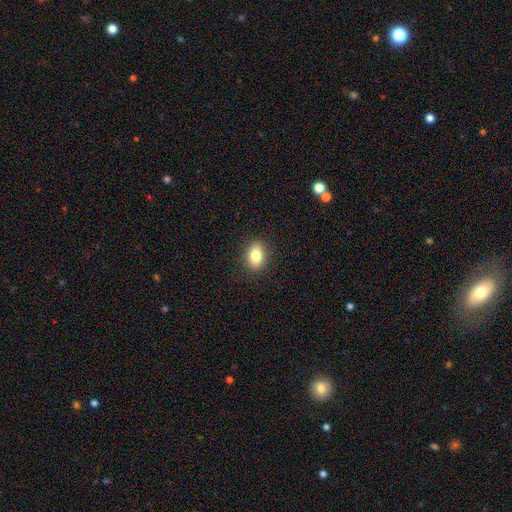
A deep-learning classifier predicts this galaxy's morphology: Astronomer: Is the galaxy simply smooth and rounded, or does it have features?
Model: smooth — 82%.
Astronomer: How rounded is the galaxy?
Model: in between — 78%.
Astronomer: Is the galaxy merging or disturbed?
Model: none — 89%.